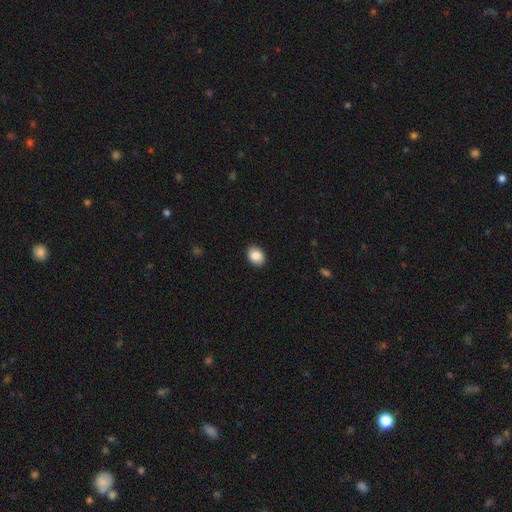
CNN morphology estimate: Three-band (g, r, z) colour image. It shows a smooth galaxy with no disk features (88%) that is in between round and cigar-shaped (57%). Merging: none (89%).